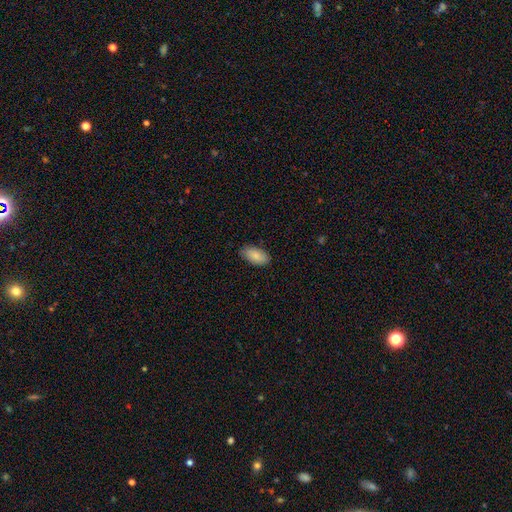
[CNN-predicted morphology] smooth_or_featured: smooth (p=0.87) [alt: featured or disk p=0.07]
how_rounded: in between (p=0.94) [alt: cigar-shaped p=0.04]
merging: none (p=0.85) [alt: minor disturbance p=0.12]